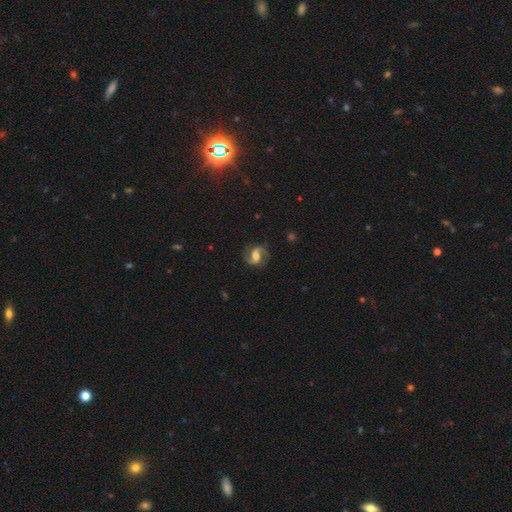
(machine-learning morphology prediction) A featured or disk galaxy (85%) with a weak bar (47%), 2 (93%) medium (52%) spiral arms (97%) and a moderate central bulge (54%).

Vote fractions:
- Smooth or featured? featured or disk: 85% / smooth: 9% / star or artifact: 6%
- Edge-on disk? no: 98% / yes: 2%
- Bar? weak: 47% / strong: 29% / no: 24%
- Spiral arms? yes: 97% / no: 3%
- Spiral winding? medium: 52% / loose: 34% / tight: 13%
- Spiral arm count? 2: 93% / can't tell: 2% / 1: 2% / 3: 1% / 4: 1% / more than 4: 1%
- Bulge size? moderate: 54% / small: 20% / large: 18% / none: 6% / dominant: 2%
- Merging? none: 81% / minor disturbance: 12% / major disturbance: 5% / merger: 1%